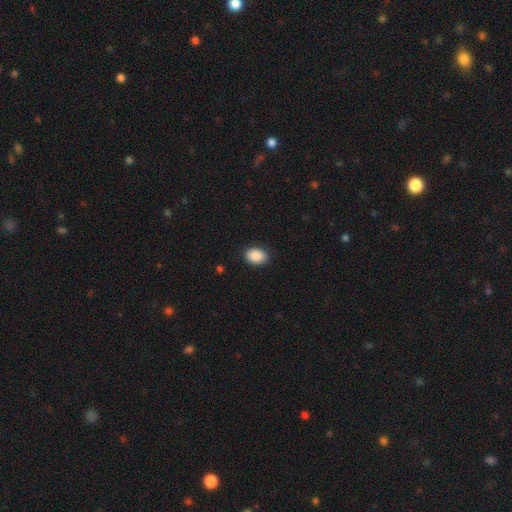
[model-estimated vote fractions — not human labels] Q: Smooth or featured?
A: smooth (89%); runner-up: star or artifact (7%)
Q: How rounded?
A: in between (80%); runner-up: round (19%)
Q: Merging?
A: none (88%); runner-up: minor disturbance (9%)